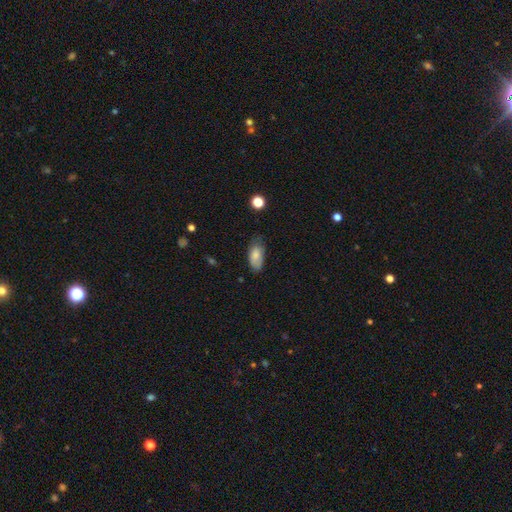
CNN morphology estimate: A smooth galaxy with no disk features (78%) that is in between round and cigar-shaped (90%). Merging: none (60%).